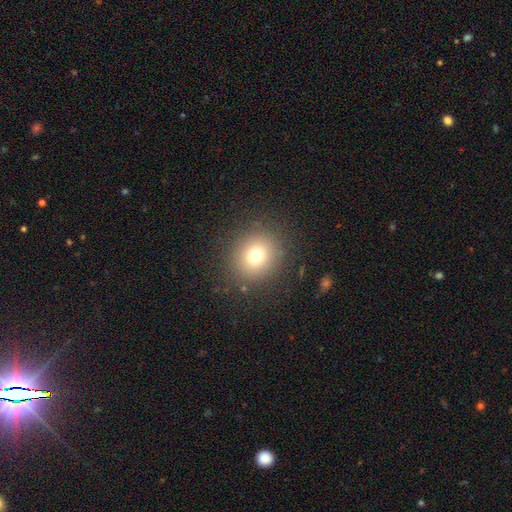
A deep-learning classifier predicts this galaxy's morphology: Smooth or featured? smooth (74%)
How rounded? round (84%)
Merging? none (87%)